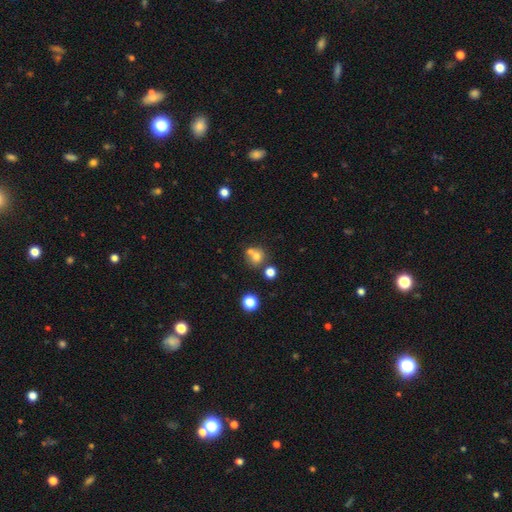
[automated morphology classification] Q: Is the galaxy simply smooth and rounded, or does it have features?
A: smooth — 71%.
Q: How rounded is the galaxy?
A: round — 83%.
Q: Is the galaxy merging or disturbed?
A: none — 47%.